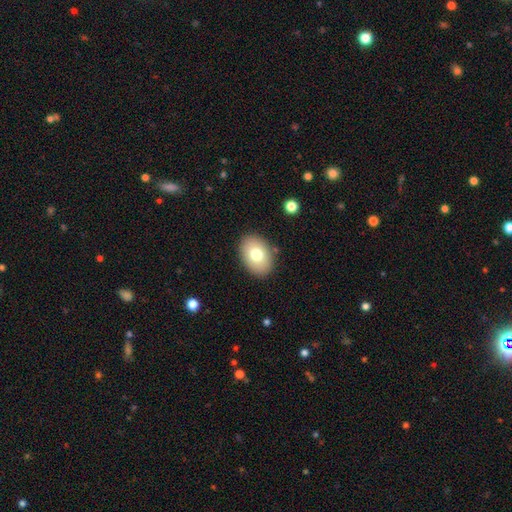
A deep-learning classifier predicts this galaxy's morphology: The model was most divided on "how rounded": in between: 67%, round: 31%, cigar-shaped: 1%. More confident: merging — none (89%); smooth or featured — smooth (69%).